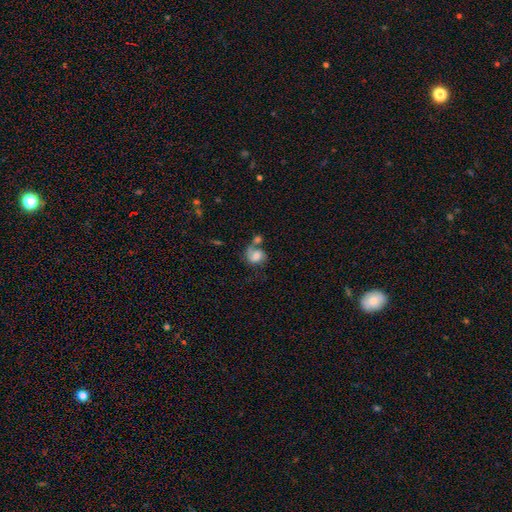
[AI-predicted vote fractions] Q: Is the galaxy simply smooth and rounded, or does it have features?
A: featured or disk — 54%.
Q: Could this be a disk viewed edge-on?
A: no — 97%.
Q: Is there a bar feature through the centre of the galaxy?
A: no — 58%.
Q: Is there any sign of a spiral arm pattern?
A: yes — 83%.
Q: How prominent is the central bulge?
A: moderate — 32%.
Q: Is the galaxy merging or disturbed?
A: merger — 35%.